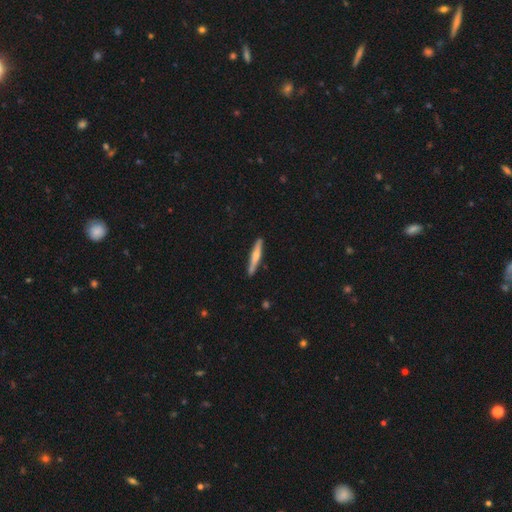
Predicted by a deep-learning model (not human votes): A smooth galaxy with no disk features (51%) that is cigar-shaped (94%). Merging: none (89%).